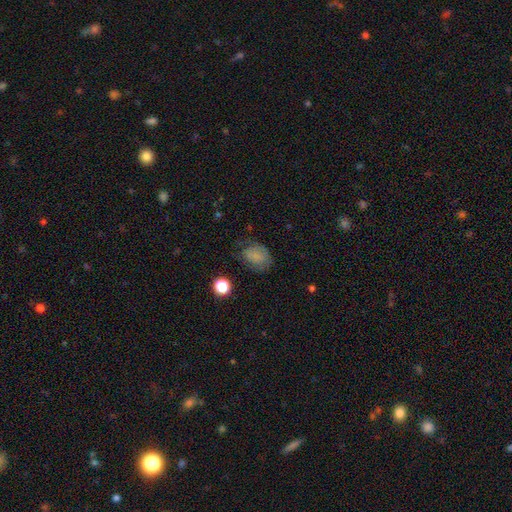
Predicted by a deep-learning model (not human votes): This appears to be a smooth galaxy with no disk features (71%) that is in between round and cigar-shaped (63%). Merging: none (55%).